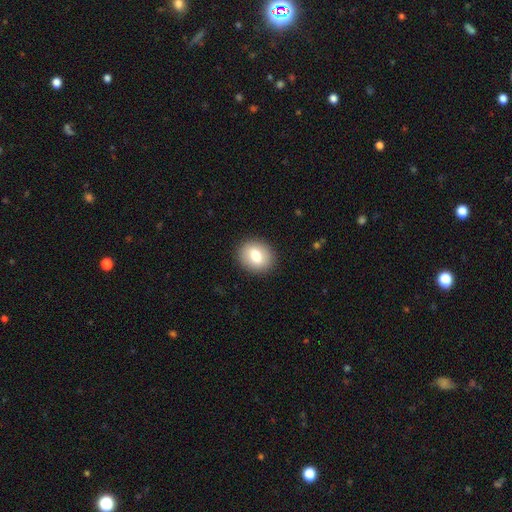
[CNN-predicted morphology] Q: Smooth or featured?
A: smooth (75%); runner-up: featured or disk (16%)
Q: How rounded?
A: round (66%); runner-up: in between (33%)
Q: Merging?
A: none (90%); runner-up: minor disturbance (7%)